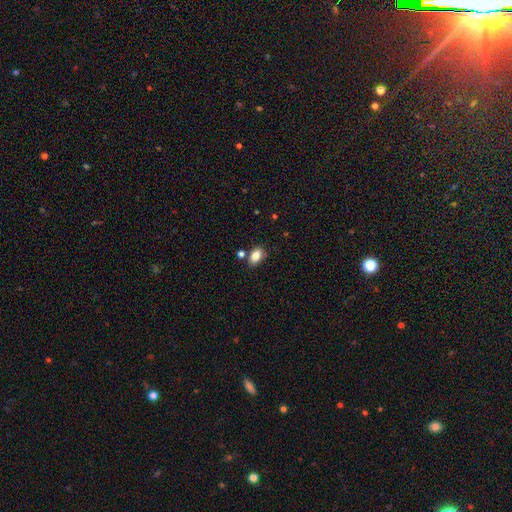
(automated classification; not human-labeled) smooth-or-featured: smooth: 84% | star or artifact: 9% | featured or disk: 7%
  how-rounded: in between: 85% | round: 13% | cigar-shaped: 2%
  merging: none: 72% | minor disturbance: 15% | merger: 9% | major disturbance: 3%